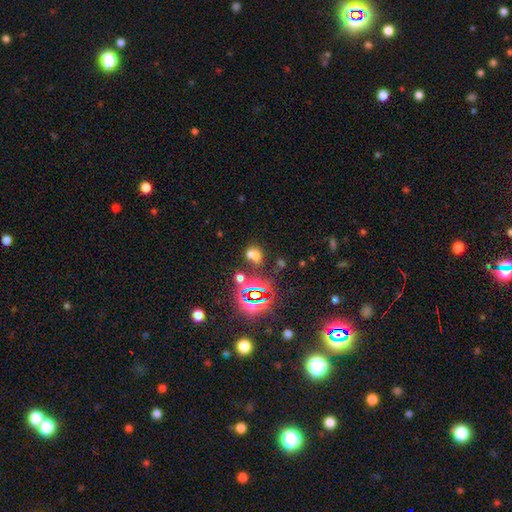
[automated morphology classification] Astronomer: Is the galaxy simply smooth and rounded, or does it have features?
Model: smooth — 47% (runner-up: star or artifact, 38%).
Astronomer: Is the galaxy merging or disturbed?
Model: merger — 43% (runner-up: none, 41%).